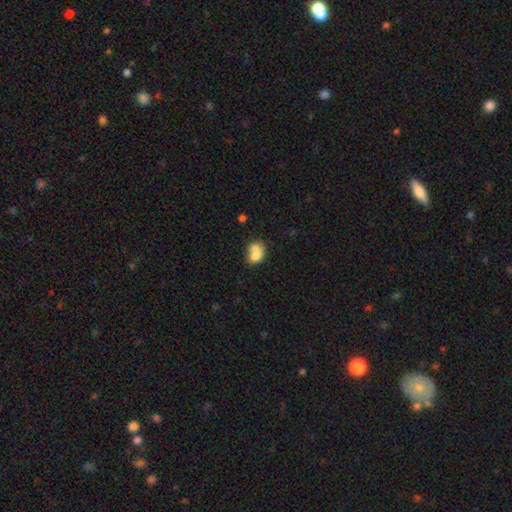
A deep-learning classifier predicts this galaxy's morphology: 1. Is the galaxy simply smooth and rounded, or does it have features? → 72% smooth, 18% featured or disk, 10% star or artifact.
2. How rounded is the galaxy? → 60% in between, 39% round, 1% cigar-shaped.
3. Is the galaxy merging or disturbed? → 50% merger, 26% none, 15% minor disturbance, 9% major disturbance.